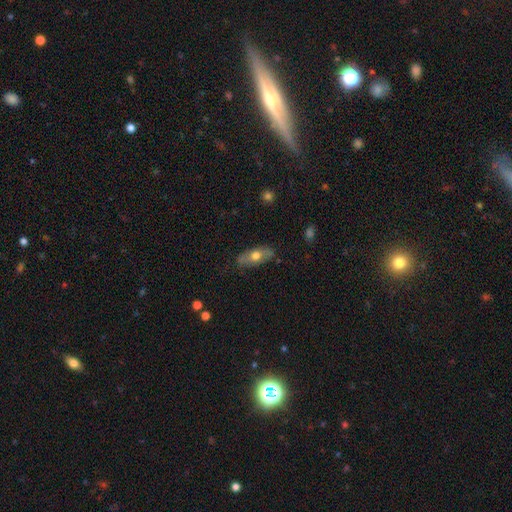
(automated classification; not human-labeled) Smooth or featured: smooth — 57% (featured or disk — 37%)
How rounded: in between — 75% (cigar-shaped — 20%)
Merging: none — 81% (minor disturbance — 14%)